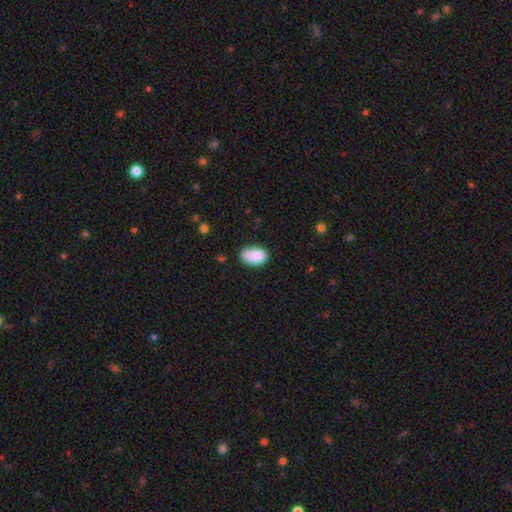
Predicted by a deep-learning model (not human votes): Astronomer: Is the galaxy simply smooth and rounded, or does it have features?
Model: smooth — 84%.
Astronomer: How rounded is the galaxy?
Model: in between — 90%.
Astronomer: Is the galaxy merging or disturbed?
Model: none — 60%.